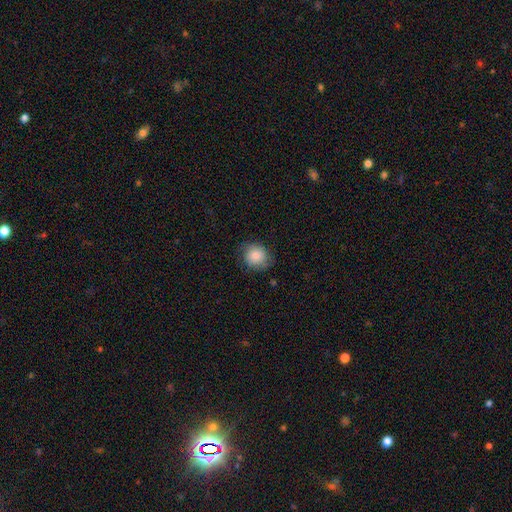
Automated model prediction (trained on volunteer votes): This appears to be a smooth galaxy with no disk features (83%) that is round (76%). Merging: none (76%).